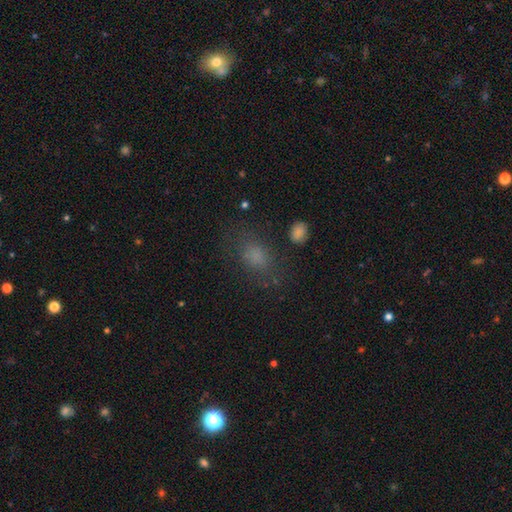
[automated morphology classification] A smooth galaxy with no disk features (70%) that is in between round and cigar-shaped (70%). Merging: none (65%).